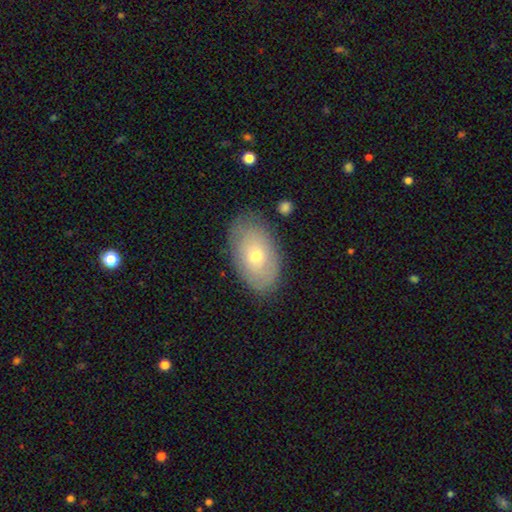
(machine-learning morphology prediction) Q: Smooth or featured?
A: smooth (58%); runner-up: featured or disk (35%)
Q: How rounded?
A: in between (92%); runner-up: round (7%)
Q: Merging?
A: none (81%); runner-up: minor disturbance (14%)